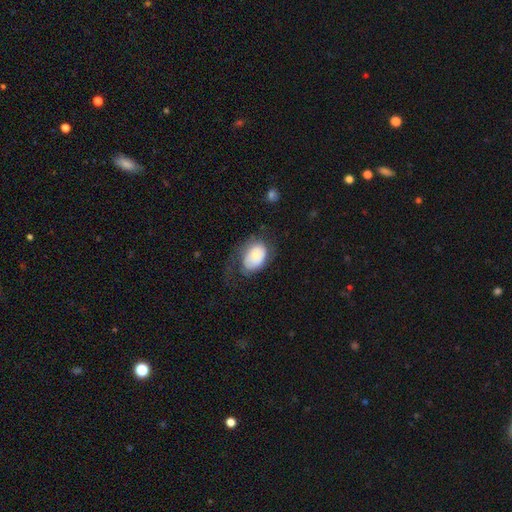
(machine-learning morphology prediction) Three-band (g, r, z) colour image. It shows a smooth galaxy with no disk features (65%) that is in between round and cigar-shaped (83%). Merging: none (43%).